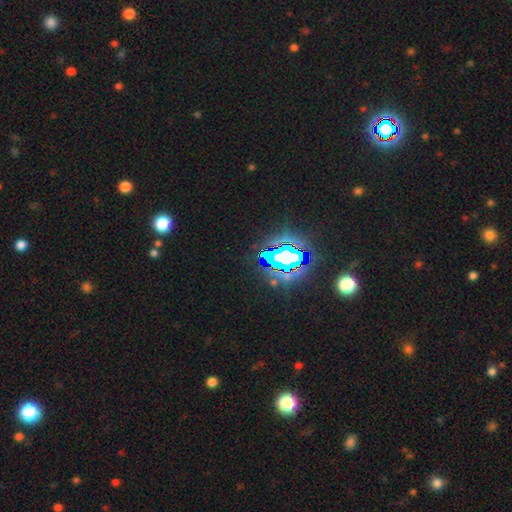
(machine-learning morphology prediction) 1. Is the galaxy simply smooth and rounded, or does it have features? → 79% star or artifact, 12% smooth, 9% featured or disk.